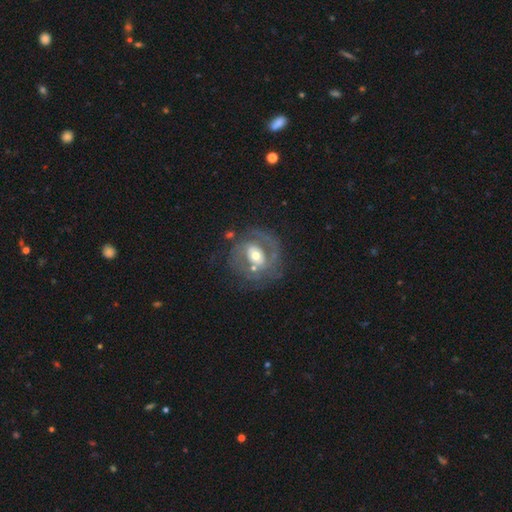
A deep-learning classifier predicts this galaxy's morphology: This is likely a featured or disk galaxy (74%). It is clearly not viewed edge-on (97%). Bar: possibly no (56%). Spiral arm pattern: likely yes (68%). Central bulge: likely moderate (67%). Merging: likely none (61%).